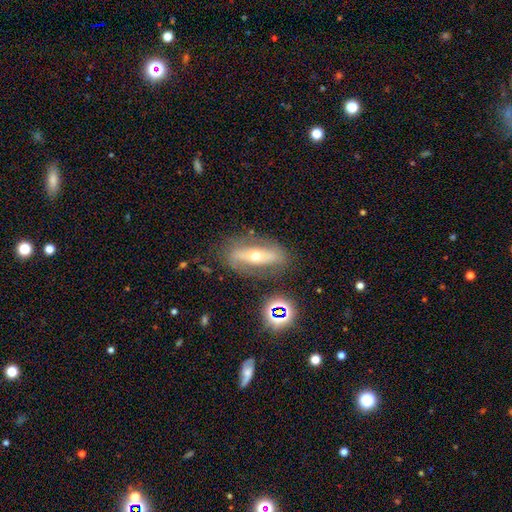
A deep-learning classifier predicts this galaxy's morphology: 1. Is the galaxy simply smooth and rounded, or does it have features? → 66% featured or disk, 24% smooth, 10% star or artifact.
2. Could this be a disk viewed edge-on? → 68% no, 32% yes.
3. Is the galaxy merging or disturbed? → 75% none, 15% minor disturbance, 7% major disturbance, 3% merger.